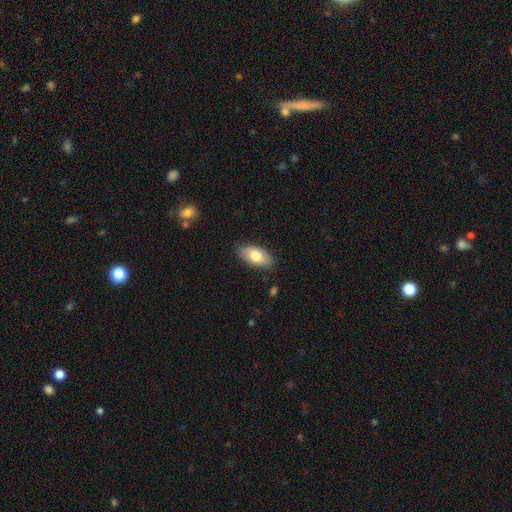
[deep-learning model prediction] Q: Smooth or featured?
A: smooth (79%); runner-up: featured or disk (15%)
Q: How rounded?
A: in between (91%); runner-up: cigar-shaped (6%)
Q: Merging?
A: none (84%); runner-up: minor disturbance (13%)